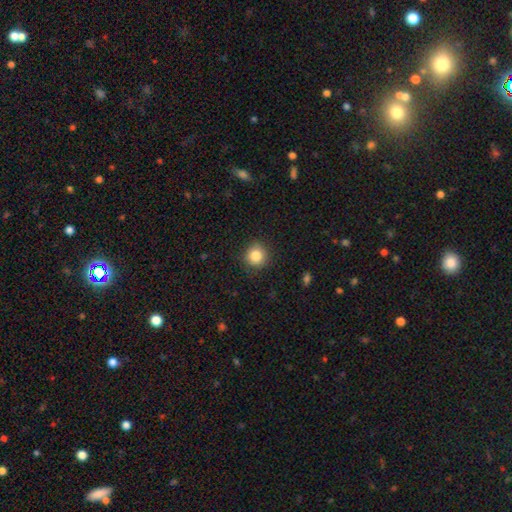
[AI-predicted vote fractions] smooth-or-featured: smooth: 84% | star or artifact: 10% | featured or disk: 5%
  how-rounded: round: 92% | in between: 7% | cigar-shaped: 1%
  merging: none: 88% | minor disturbance: 8% | major disturbance: 2% | merger: 1%